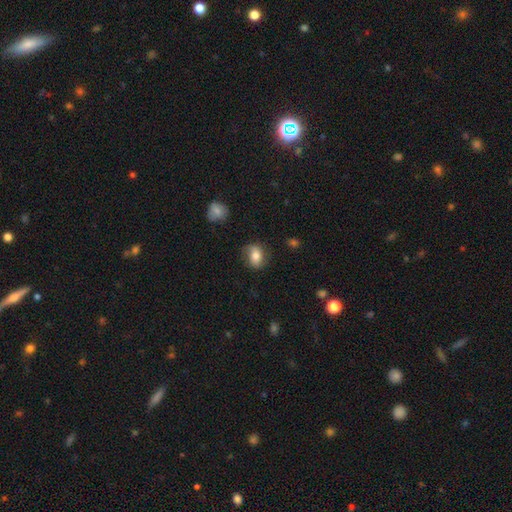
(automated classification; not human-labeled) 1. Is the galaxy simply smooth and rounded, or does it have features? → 72% smooth, 20% featured or disk, 8% star or artifact.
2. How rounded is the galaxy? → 69% in between, 28% round, 2% cigar-shaped.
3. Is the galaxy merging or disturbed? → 73% none, 19% minor disturbance, 6% major disturbance, 2% merger.